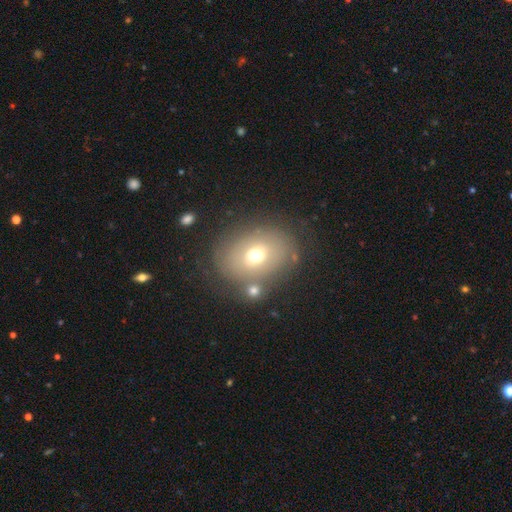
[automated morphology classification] This is possibly a smooth galaxy (57%). How rounded: possibly in between (58%). Merging: likely none (68%).